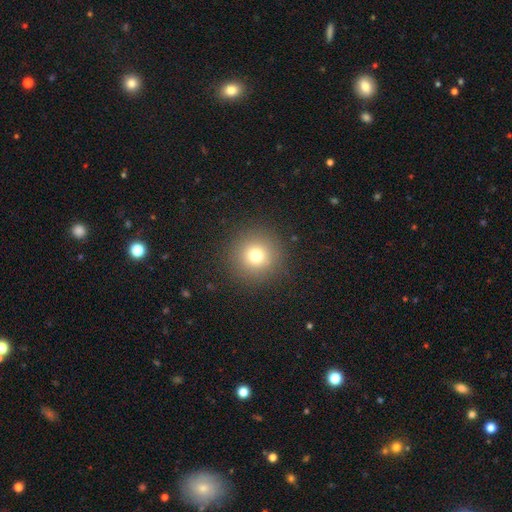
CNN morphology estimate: Overall: smooth (75%). How rounded: round (96%). Merging: none (90%).